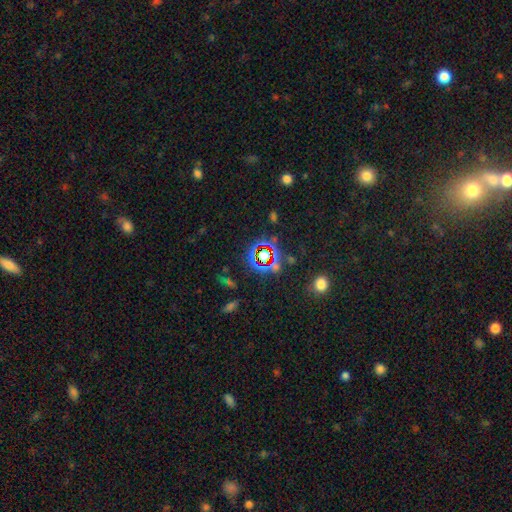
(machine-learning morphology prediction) A star or artifact, not a galaxy (72%).

Vote fractions:
- Smooth or featured? star or artifact: 72% / smooth: 19% / featured or disk: 10%